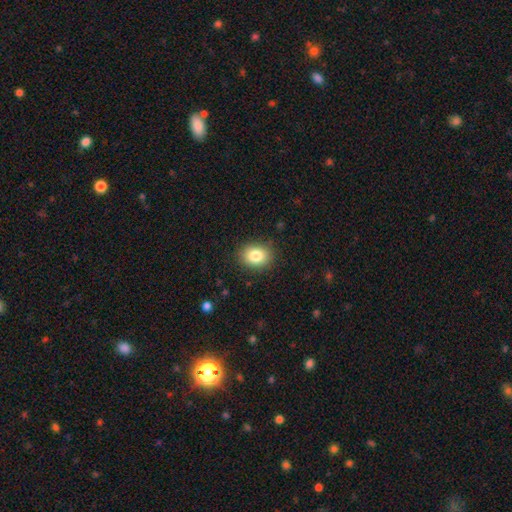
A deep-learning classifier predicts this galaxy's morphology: A smooth galaxy with no disk features (83%) that is in between round and cigar-shaped (58%). Merging: none (87%).